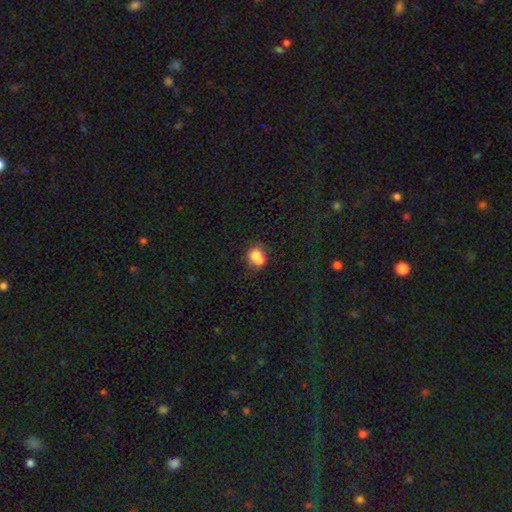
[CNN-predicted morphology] Smooth or featured? smooth (73%)
How rounded? round (60%)
Merging? merger (52%)